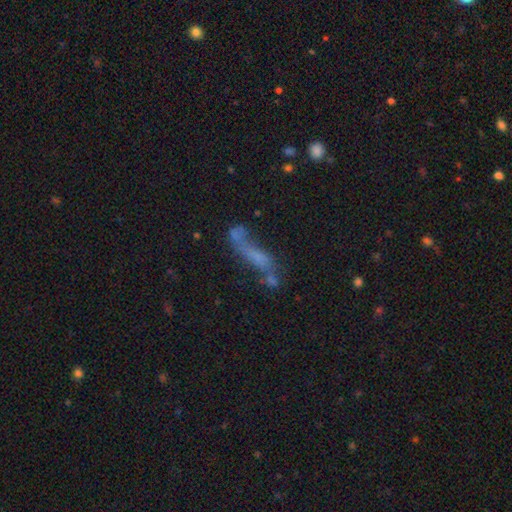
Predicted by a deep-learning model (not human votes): The model was most divided on "smooth or featured": smooth: 43%, featured or disk: 40%, star or artifact: 18%. Remaining: merging — none (34%).